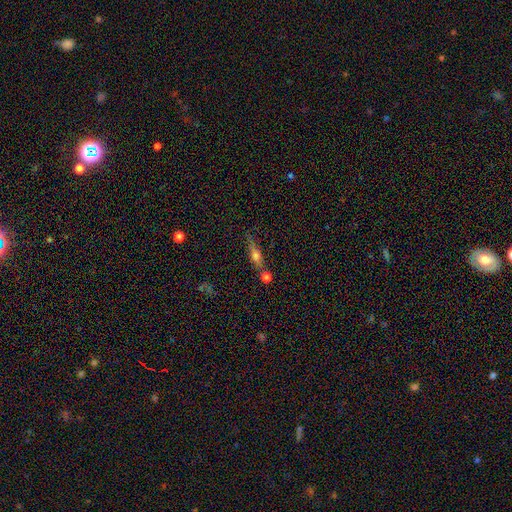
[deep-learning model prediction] Smooth or featured?
  - featured or disk: 46% *
  - smooth: 42%
  - star or artifact: 12%
Merging?
  - none: 62% *
  - merger: 19%
  - minor disturbance: 13%
  - major disturbance: 5%